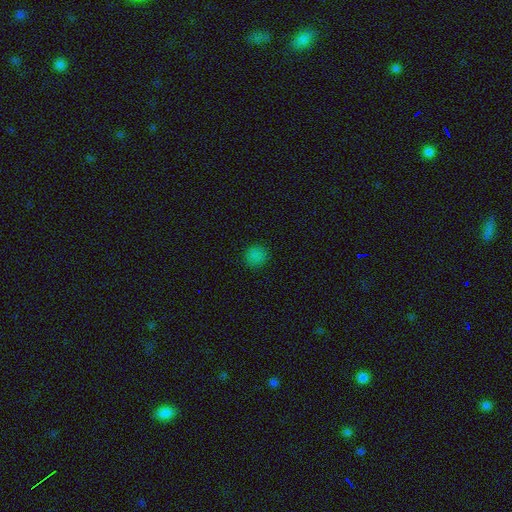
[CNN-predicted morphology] This is clearly a smooth galaxy (81%). How rounded: clearly round (90%). Merging: clearly none (89%).